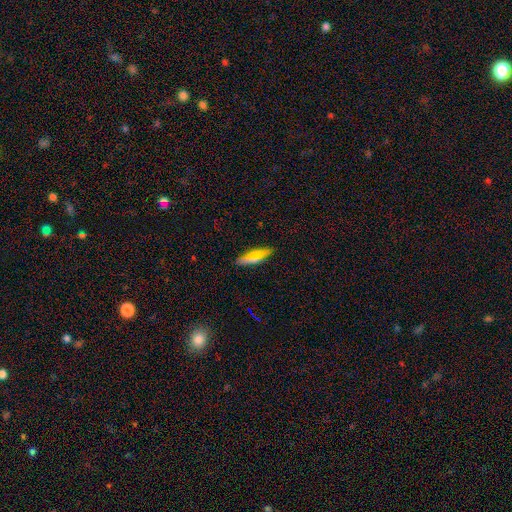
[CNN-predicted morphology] Q: Smooth or featured?
A: smooth (67%); runner-up: featured or disk (20%)
Q: How rounded?
A: cigar-shaped (61%); runner-up: in between (35%)
Q: Merging?
A: none (83%); runner-up: minor disturbance (12%)